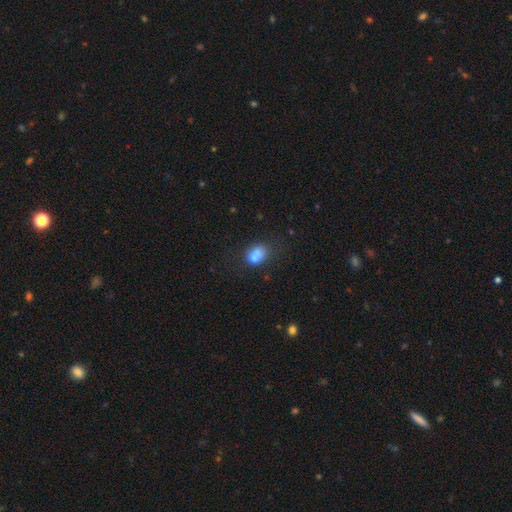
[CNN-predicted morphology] Overall: smooth (75%). How rounded: in between (69%; round 29%). Merging: none (40%; merger 29%).